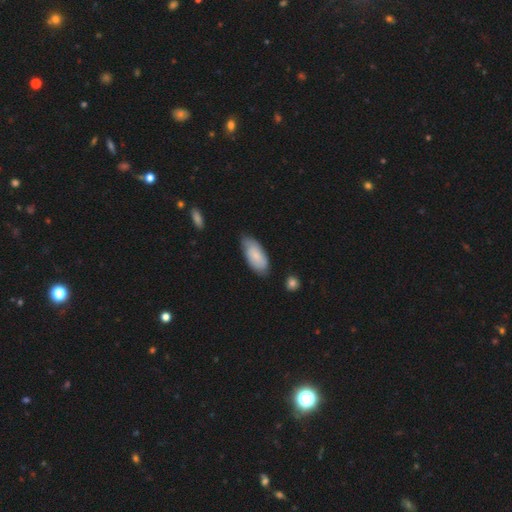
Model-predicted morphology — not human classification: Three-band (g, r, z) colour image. It shows a smooth galaxy with no disk features (77%) that is in between round and cigar-shaped (90%). Merging: none (70%).